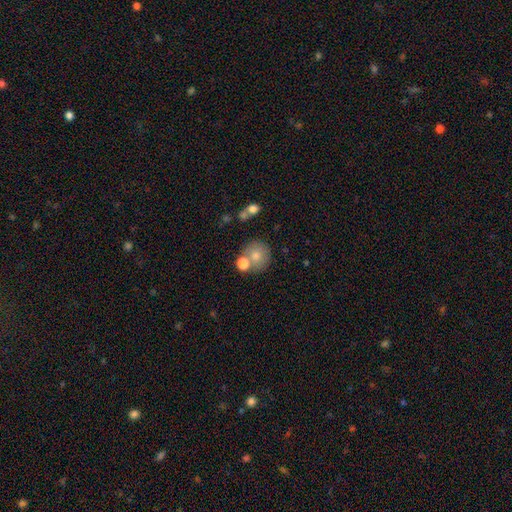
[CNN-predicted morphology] type=smooth (76%); roundness=round (87%); merging=none (58%).